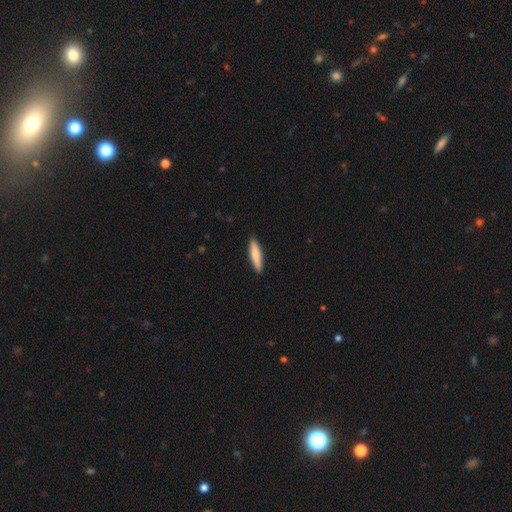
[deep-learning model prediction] Smooth or featured? smooth (80%)
How rounded? cigar-shaped (81%)
Merging? none (90%)